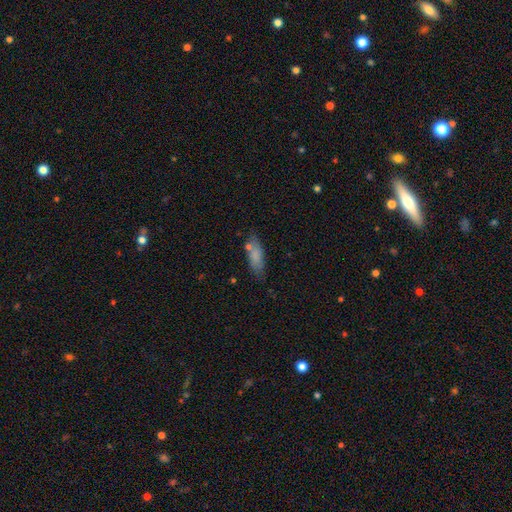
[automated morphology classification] Smooth or featured?
  - smooth: 81% *
  - featured or disk: 12%
  - star or artifact: 7%
How rounded?
  - in between: 70% *
  - cigar-shaped: 28%
  - round: 2%
Merging?
  - none: 69% *
  - minor disturbance: 18%
  - merger: 8%
  - major disturbance: 5%